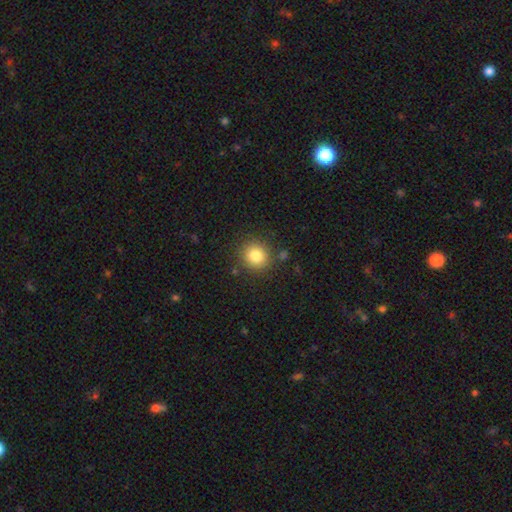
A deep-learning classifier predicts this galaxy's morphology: Smooth or featured? Predicted: smooth (p=0.83). How rounded? Predicted: round (p=0.88). Merging? Predicted: none (p=0.85).